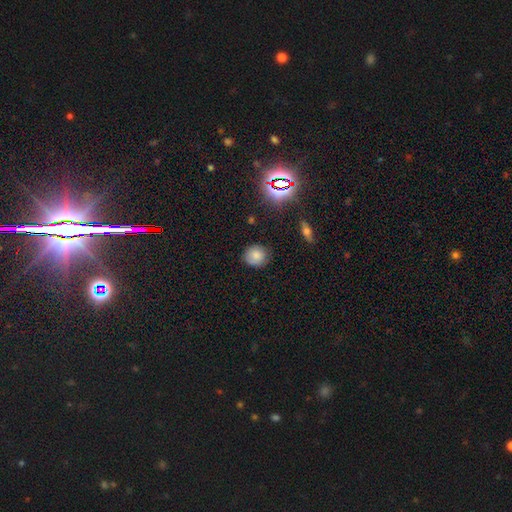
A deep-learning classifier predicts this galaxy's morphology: type=smooth (79%); roundness=round (83%); merging=none (81%).